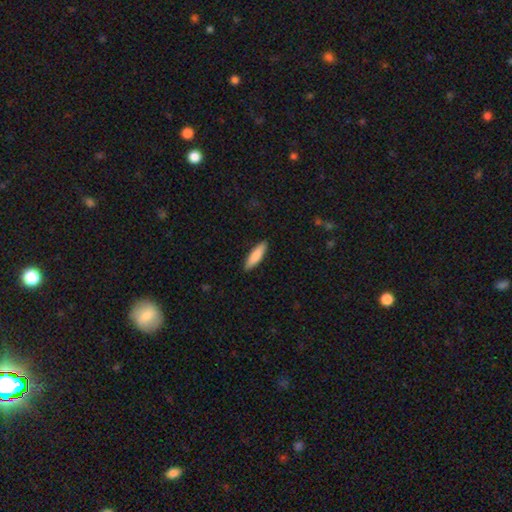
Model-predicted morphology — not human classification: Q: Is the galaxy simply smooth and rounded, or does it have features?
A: smooth — 84%.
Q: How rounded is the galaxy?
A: cigar-shaped — 67%.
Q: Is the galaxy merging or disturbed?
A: none — 90%.